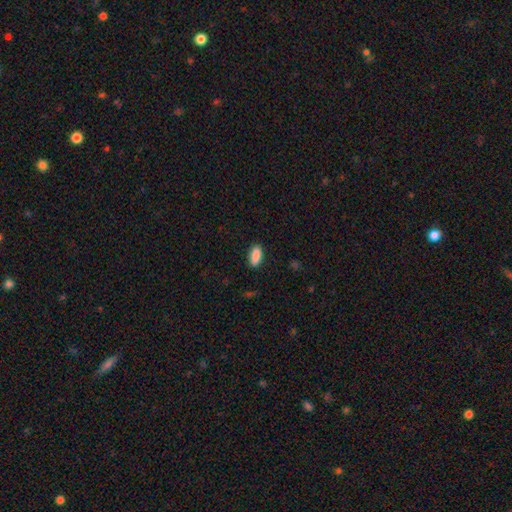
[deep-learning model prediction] smooth-or-featured: smooth: 89% | star or artifact: 7% | featured or disk: 4%
  how-rounded: in between: 88% | cigar-shaped: 10% | round: 3%
  merging: none: 89% | minor disturbance: 8% | major disturbance: 2% | merger: 1%